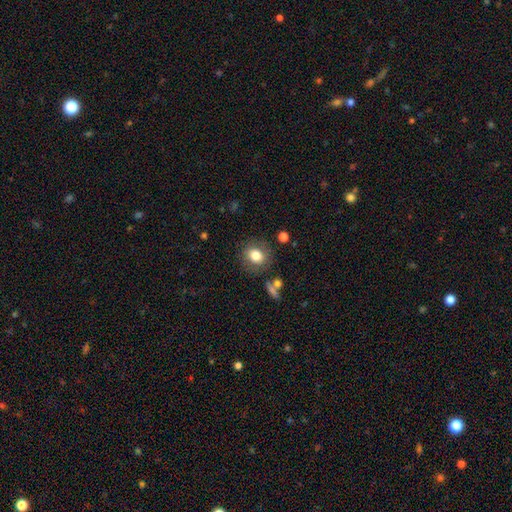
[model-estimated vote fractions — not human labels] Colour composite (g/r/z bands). It shows a smooth galaxy with no disk features (80%) that is round (70%). Merging: none (82%).